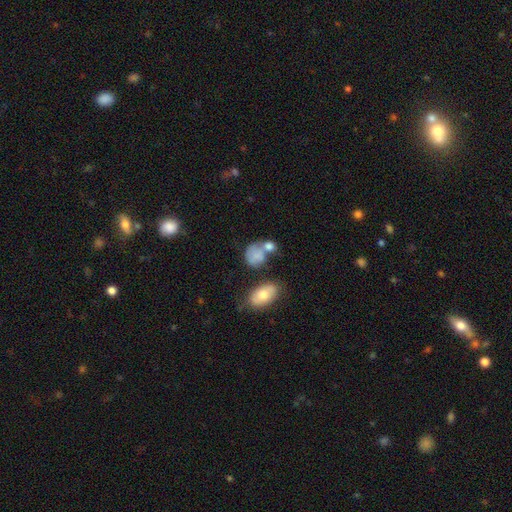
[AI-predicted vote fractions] A smooth galaxy with no disk features (74%) that is in between round and cigar-shaped (52%). Merging: merger (36%).